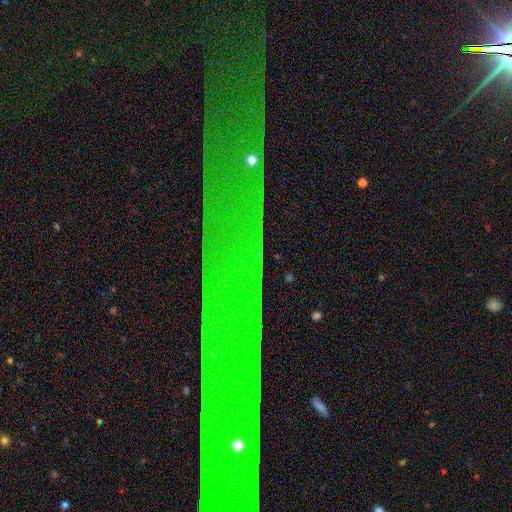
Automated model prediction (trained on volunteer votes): This is likely a star or artifact rather than a galaxy (77%).